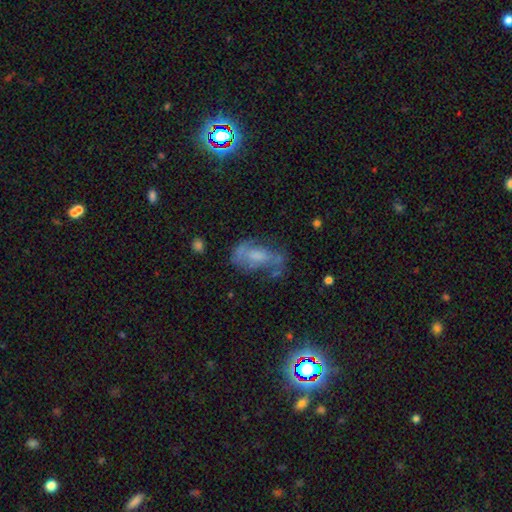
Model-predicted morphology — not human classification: smooth-or-featured: featured or disk: 49% | smooth: 31% | star or artifact: 20%
  merging: none: 44% | major disturbance: 26% | minor disturbance: 24% | merger: 7%